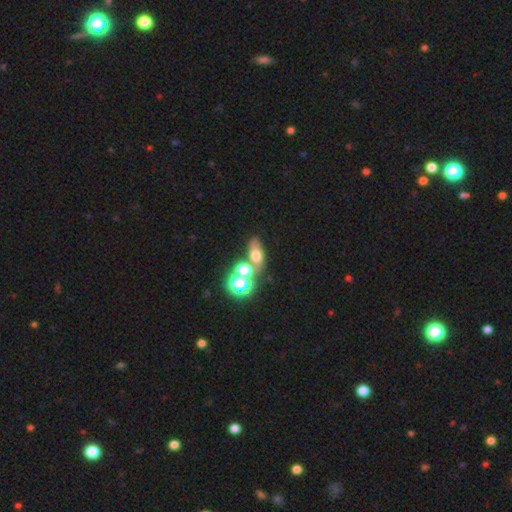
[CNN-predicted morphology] This appears to be a smooth galaxy with no disk features (51%) that is in between round and cigar-shaped (62%). Merging: none (47%).